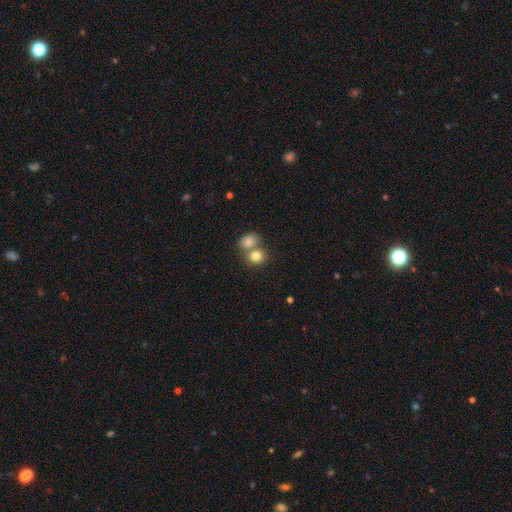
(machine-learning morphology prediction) smooth_or_featured: smooth (p=0.80) [alt: star or artifact p=0.10]
how_rounded: round (p=0.74) [alt: in between p=0.25]
merging: merger (p=0.46) [alt: none p=0.44]